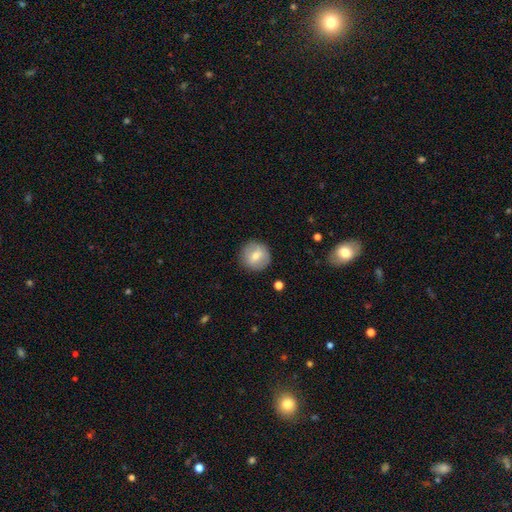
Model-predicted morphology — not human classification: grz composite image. It shows a smooth galaxy with no disk features (68%) that is round (94%). Merging: none (89%).